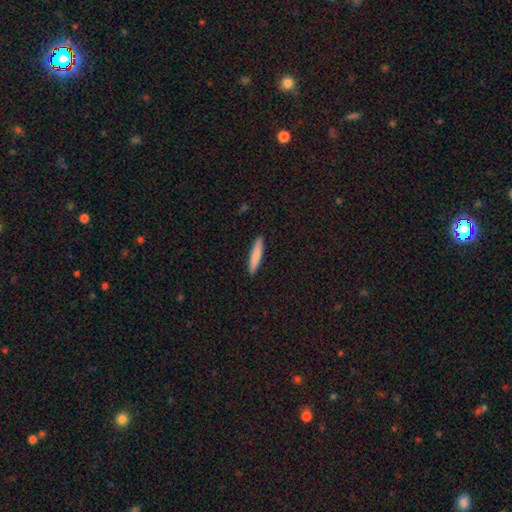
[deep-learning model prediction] smooth_or_featured: smooth (p=0.83) [alt: featured or disk p=0.11]
how_rounded: cigar-shaped (p=0.90) [alt: in between p=0.09]
merging: none (p=0.91) [alt: minor disturbance p=0.06]